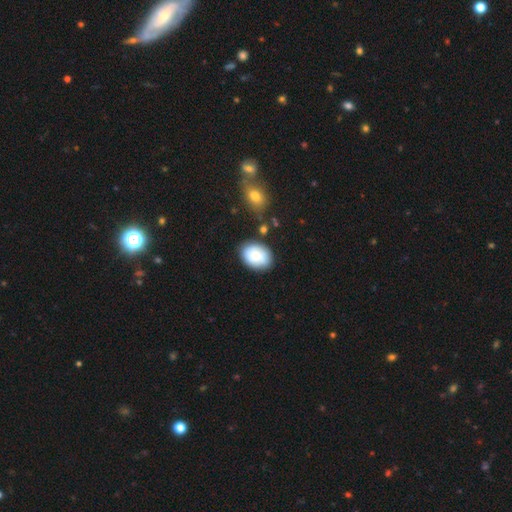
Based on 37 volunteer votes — Smooth or featured: smooth — 89% (featured or disk — 11%)
How rounded: in between — 67% (round — 33%)
Merging: none — 76% (minor disturbance — 14%)